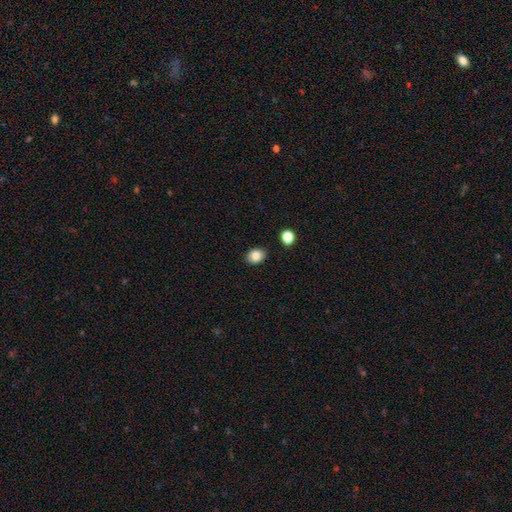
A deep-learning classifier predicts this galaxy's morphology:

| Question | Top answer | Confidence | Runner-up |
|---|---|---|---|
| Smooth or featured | smooth | 83% | star or artifact (10%) |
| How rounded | in between | 58% | round (41%) |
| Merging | none | 88% | minor disturbance (8%) |